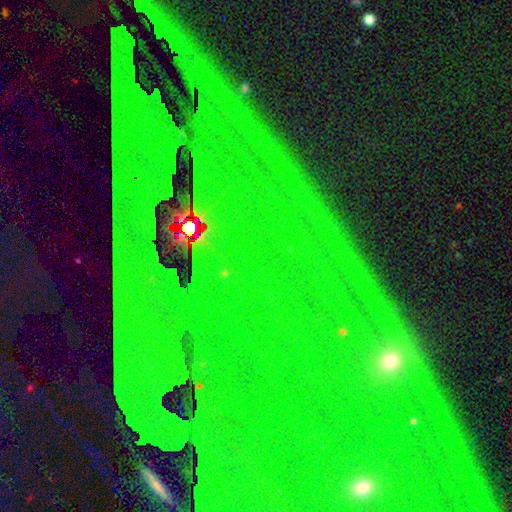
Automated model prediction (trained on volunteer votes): smooth_or_featured: star or artifact (p=0.82) [alt: featured or disk p=0.09]